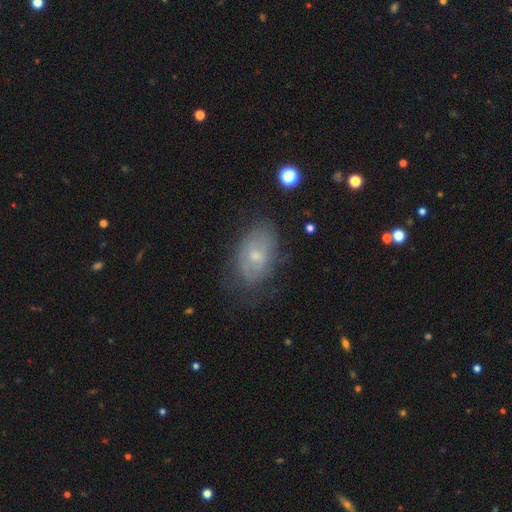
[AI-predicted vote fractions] featured or disk 50%, smooth 41%, star or artifact 9%. Down the decision tree: edge-on disk — no (94%); merging — none (66%).